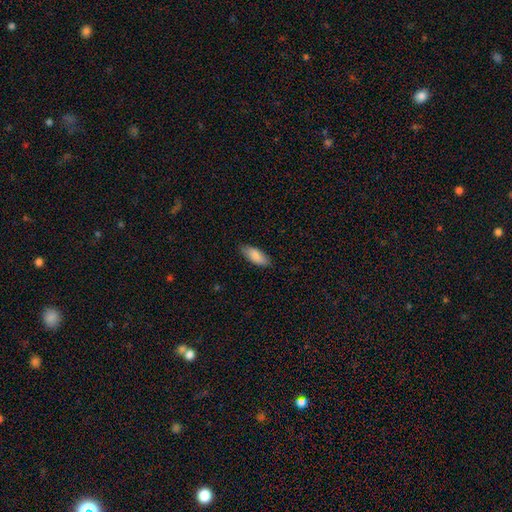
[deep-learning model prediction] Smooth or featured?
  - smooth: 87% *
  - featured or disk: 7%
  - star or artifact: 6%
How rounded?
  - in between: 81% *
  - cigar-shaped: 18%
  - round: 2%
Merging?
  - none: 84% *
  - minor disturbance: 13%
  - major disturbance: 2%
  - merger: 1%